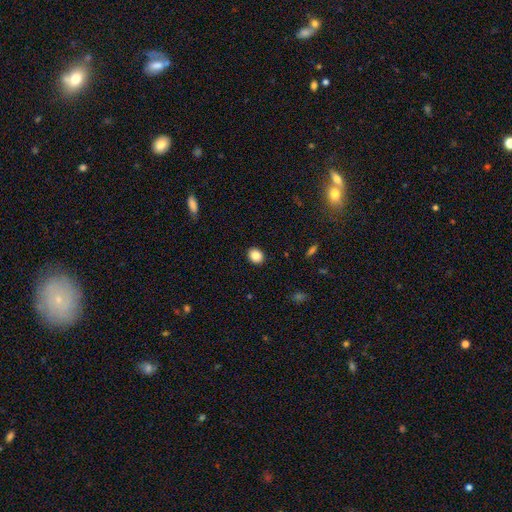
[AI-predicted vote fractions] The model was most divided on "how rounded": round: 65%, in between: 34%, cigar-shaped: 1%. More confident: merging — none (91%); smooth or featured — smooth (85%).